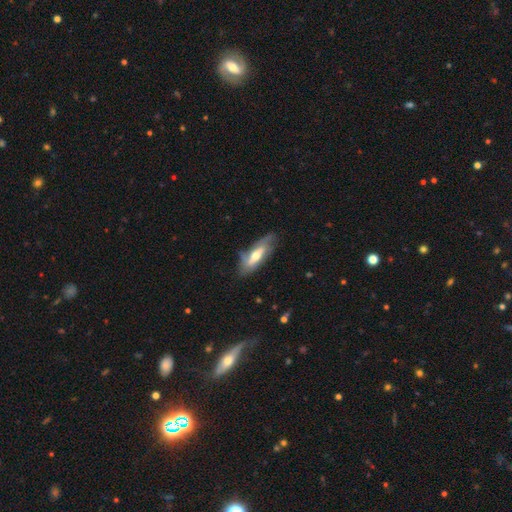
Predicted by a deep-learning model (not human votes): smooth_or_featured: featured or disk (p=0.57) [alt: smooth p=0.37]
disk_edge_on: no (p=0.64) [alt: yes p=0.36]
merging: none (p=0.60) [alt: minor disturbance p=0.27]